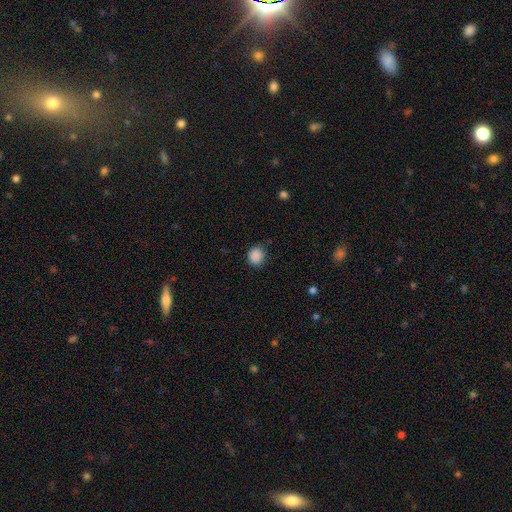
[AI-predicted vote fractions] A smooth galaxy with no disk features (88%) that is round (77%).

Vote fractions:
- Smooth or featured? smooth: 88% / star or artifact: 10% / featured or disk: 3%
- How rounded? round: 77% / in between: 23% / cigar-shaped: 1%
- Merging? none: 81% / minor disturbance: 14% / major disturbance: 3% / merger: 1%